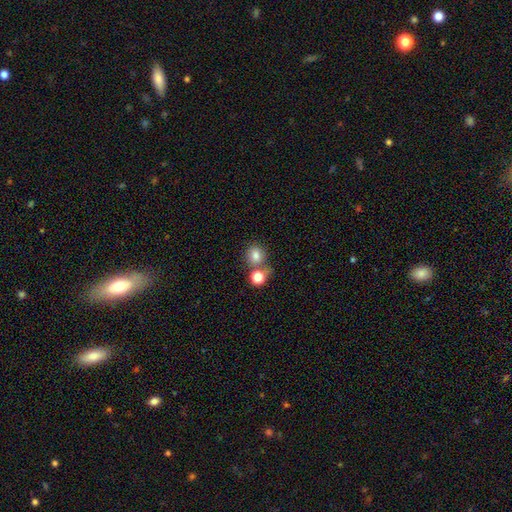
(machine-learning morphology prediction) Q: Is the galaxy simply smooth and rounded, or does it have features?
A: smooth — 79%.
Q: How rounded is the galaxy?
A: round — 76%.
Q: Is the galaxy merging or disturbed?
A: none — 57%.